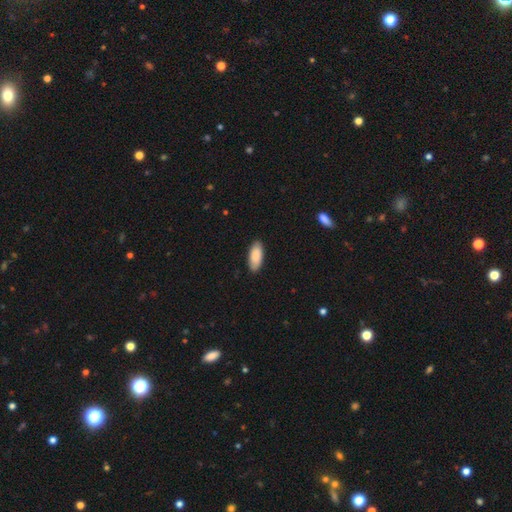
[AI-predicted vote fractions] This appears to be a smooth galaxy with no disk features (89%) that is in between round and cigar-shaped (86%). Merging: none (89%).